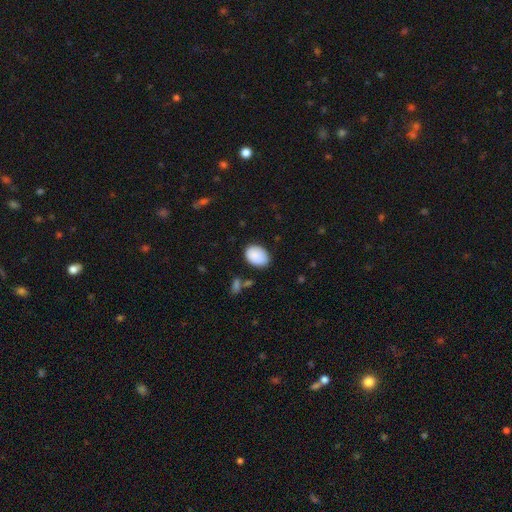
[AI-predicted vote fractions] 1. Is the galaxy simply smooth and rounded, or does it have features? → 89% smooth, 7% star or artifact, 4% featured or disk.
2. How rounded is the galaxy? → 77% in between, 22% round, 1% cigar-shaped.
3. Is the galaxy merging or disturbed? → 79% none, 15% minor disturbance, 3% major disturbance, 3% merger.